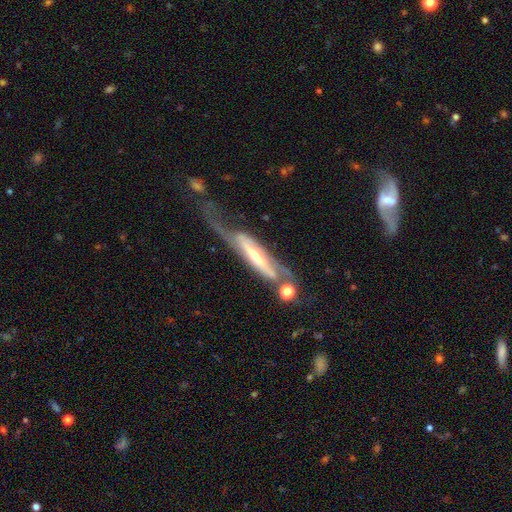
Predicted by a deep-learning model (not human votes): Morphology: type=featured or disk (77%); edge-on=yes (54%); merging=none (34%).